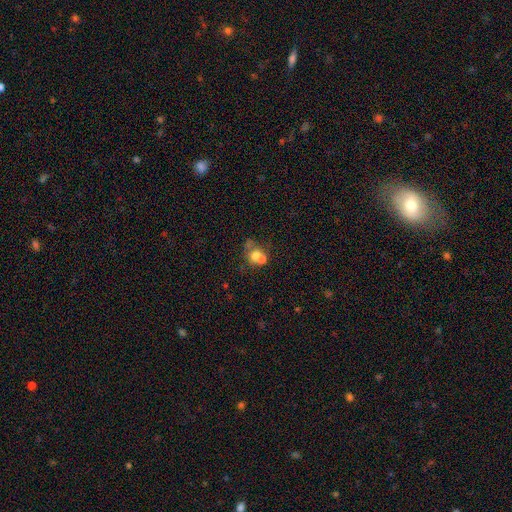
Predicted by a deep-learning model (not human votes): smooth-or-featured: smooth: 63% | featured or disk: 24% | star or artifact: 13%
  how-rounded: round: 71% | in between: 28% | cigar-shaped: 1%
  merging: merger: 56% | none: 30% | minor disturbance: 8% | major disturbance: 6%